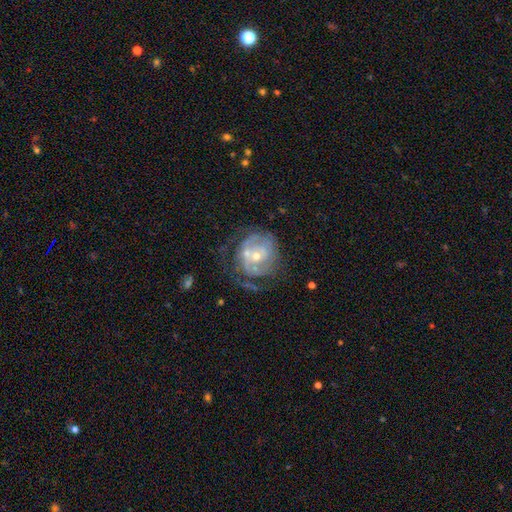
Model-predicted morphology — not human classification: A featured or disk galaxy (74%) with no bar (74%), tight (59%) spiral arms (72%) and a small central bulge (55%). Merging: none (46%).